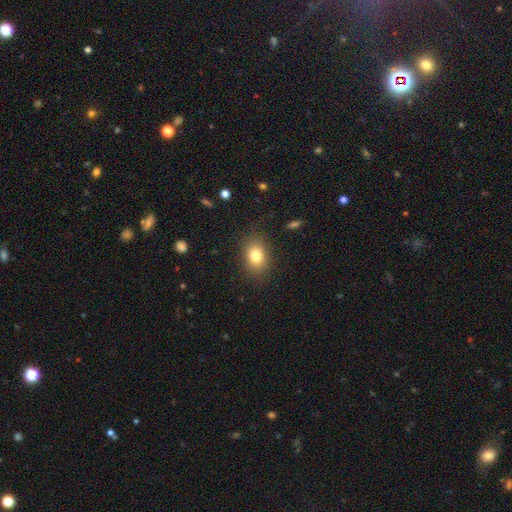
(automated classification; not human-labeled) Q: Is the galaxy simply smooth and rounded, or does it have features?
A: smooth — 80%.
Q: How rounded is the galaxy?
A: in between — 72%.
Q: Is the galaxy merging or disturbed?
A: none — 85%.